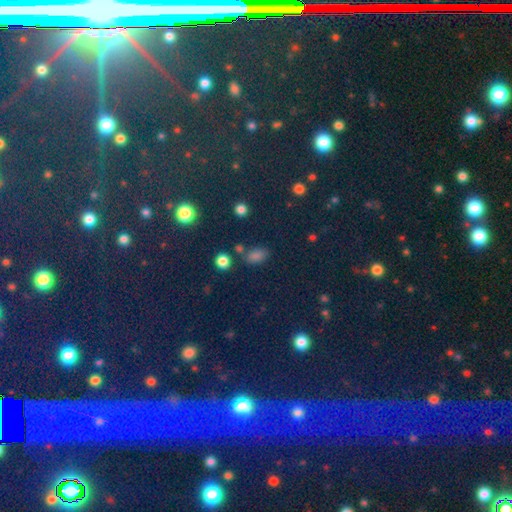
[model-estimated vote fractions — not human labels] star or artifact 55%, smooth 35%, featured or disk 10%.